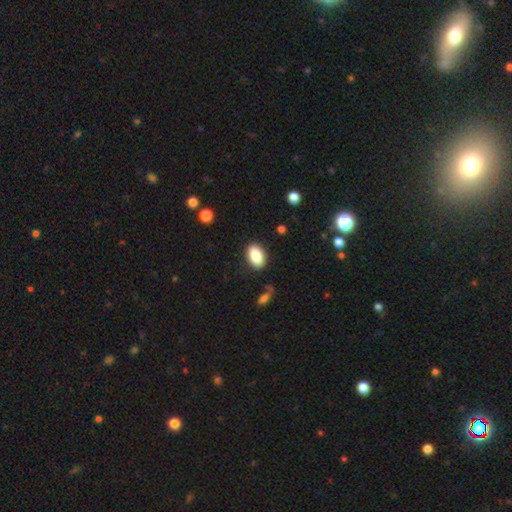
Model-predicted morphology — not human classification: Overall: smooth (87%). How rounded: in between (91%). Merging: none (85%).